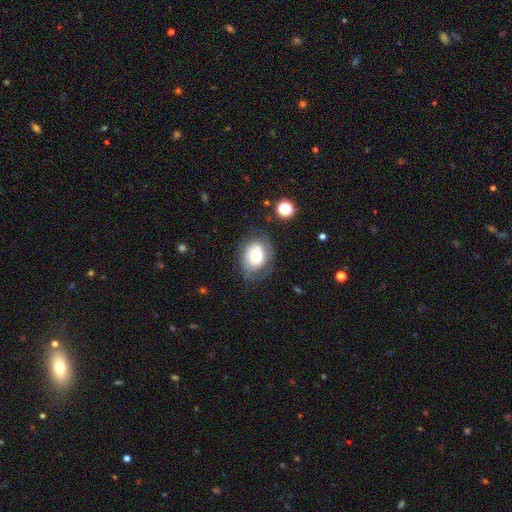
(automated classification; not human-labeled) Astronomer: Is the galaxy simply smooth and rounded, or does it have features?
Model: smooth — 58%.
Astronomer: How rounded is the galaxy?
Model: in between — 59% (runner-up: round, 40%).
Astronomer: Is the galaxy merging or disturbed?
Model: none — 51% (runner-up: minor disturbance, 30%).